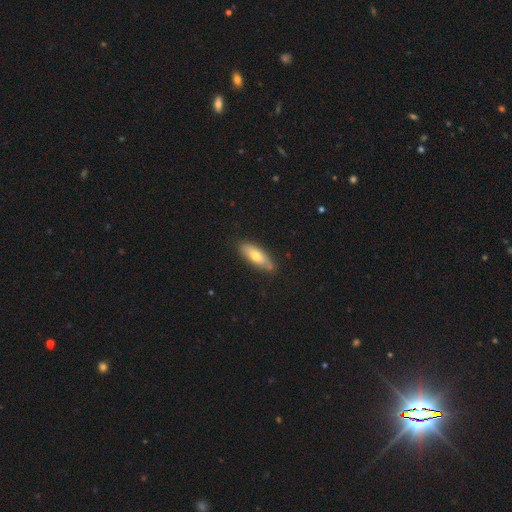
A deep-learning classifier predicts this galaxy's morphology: Smooth or featured?
  - smooth: 63% *
  - featured or disk: 31%
  - star or artifact: 6%
How rounded?
  - in between: 64% *
  - cigar-shaped: 34%
  - round: 2%
Merging?
  - none: 81% *
  - minor disturbance: 15%
  - major disturbance: 2%
  - merger: 2%